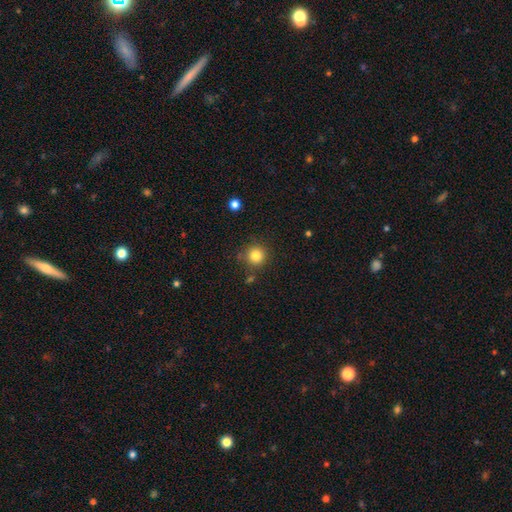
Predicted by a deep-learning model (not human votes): A smooth galaxy with no disk features (82%) that is round (94%). Merging: none (84%).